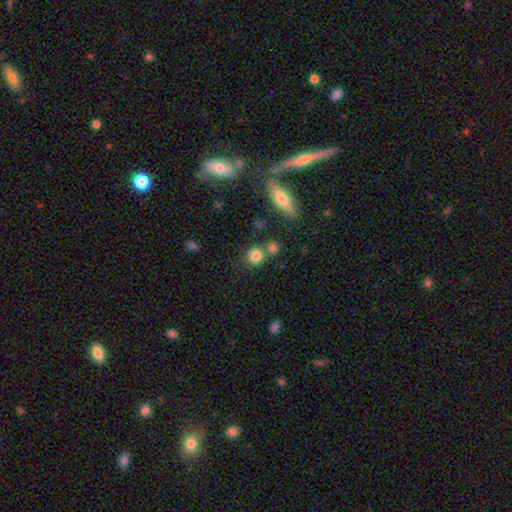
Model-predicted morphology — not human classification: Smooth or featured?
  - smooth: 82% *
  - star or artifact: 11%
  - featured or disk: 7%
How rounded?
  - round: 85% *
  - in between: 13%
  - cigar-shaped: 2%
Merging?
  - none: 66% *
  - merger: 20%
  - minor disturbance: 10%
  - major disturbance: 4%